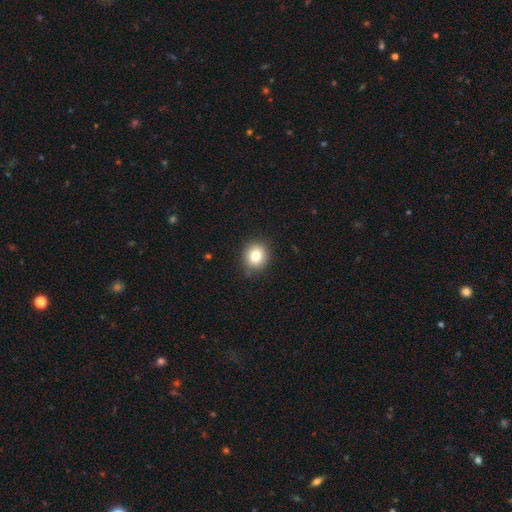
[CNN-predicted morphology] A smooth galaxy with no disk features (80%) that is round (83%). Merging: none (86%).